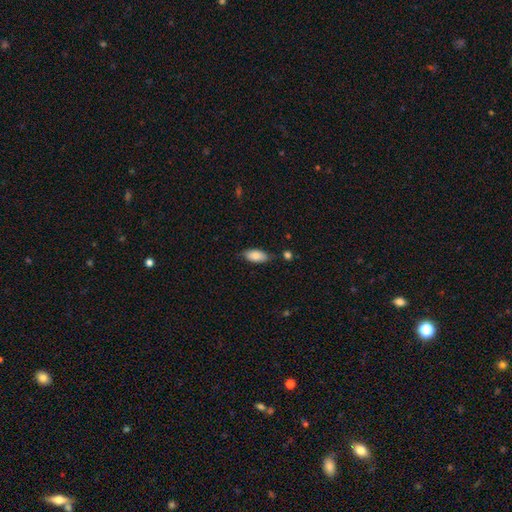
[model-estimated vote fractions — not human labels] This appears to be a smooth galaxy with no disk features (83%) that is in between round and cigar-shaped (89%). Merging: none (77%).